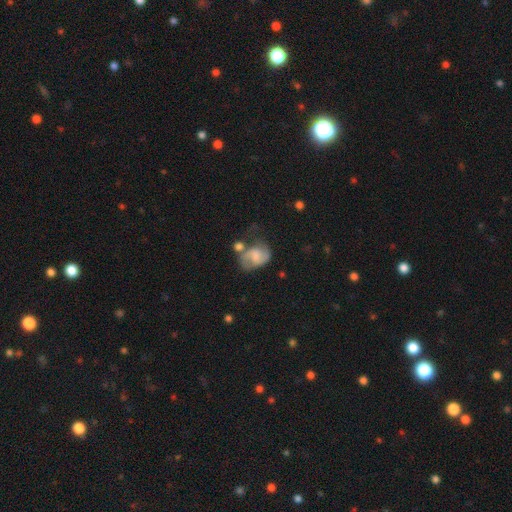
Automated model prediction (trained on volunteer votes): featured or disk 58%, smooth 34%, star or artifact 8%. Down the decision tree: edge-on disk — no (97%); bar — no (45%); spiral arms — yes (85%); bulge size — small (31%); merging — none (39%).